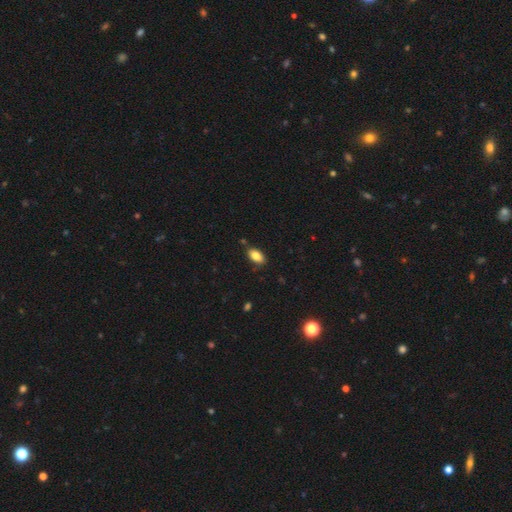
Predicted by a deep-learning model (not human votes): Q: Smooth or featured?
A: smooth (84%); runner-up: featured or disk (8%)
Q: How rounded?
A: in between (92%); runner-up: cigar-shaped (4%)
Q: Merging?
A: none (82%); runner-up: minor disturbance (13%)